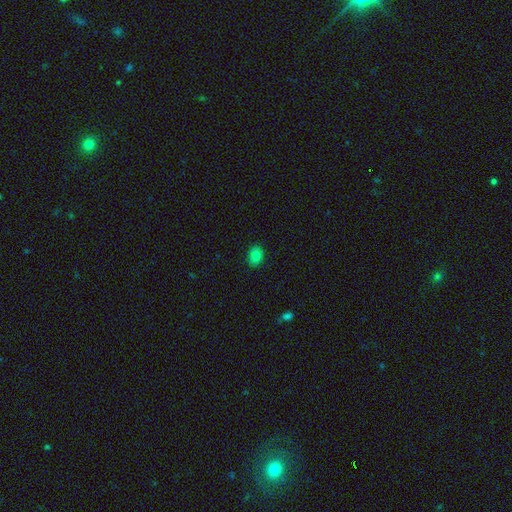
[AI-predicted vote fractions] Smooth or featured? Predicted: smooth (p=0.82). How rounded? Predicted: in between (p=0.66). Merging? Predicted: none (p=0.87).